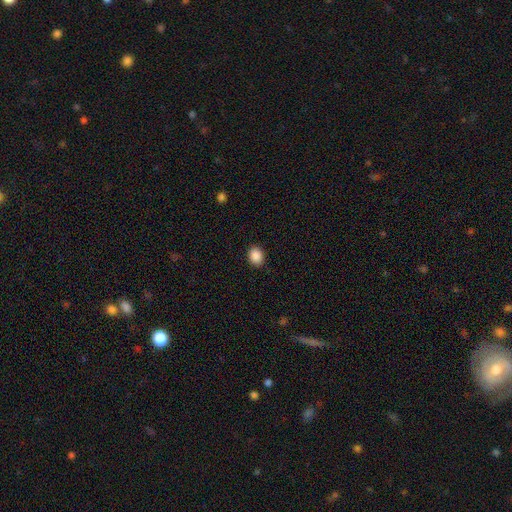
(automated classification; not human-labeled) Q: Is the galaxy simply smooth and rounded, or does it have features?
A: smooth — 89%.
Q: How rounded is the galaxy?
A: in between — 50%.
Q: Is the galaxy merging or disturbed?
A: none — 90%.